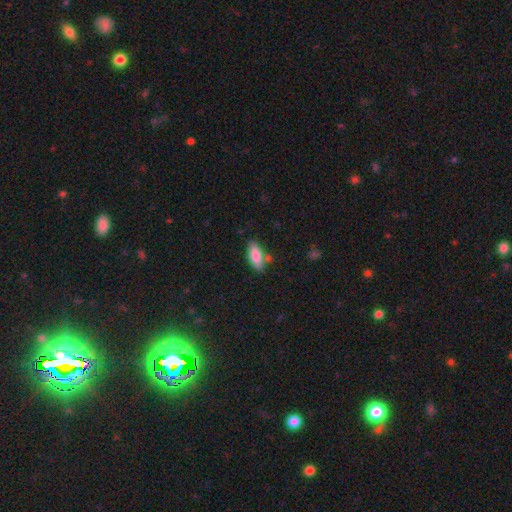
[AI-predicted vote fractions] Smooth or featured: smooth — 84% (featured or disk — 9%)
How rounded: in between — 79% (cigar-shaped — 19%)
Merging: none — 72% (minor disturbance — 17%)